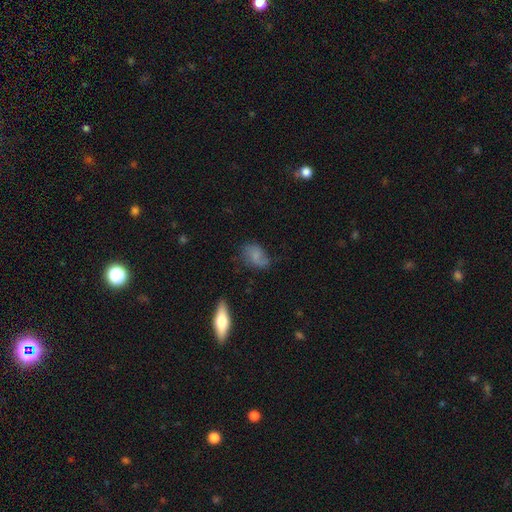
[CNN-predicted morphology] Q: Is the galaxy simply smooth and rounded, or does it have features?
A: smooth — 65%.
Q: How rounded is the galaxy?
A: in between — 84%.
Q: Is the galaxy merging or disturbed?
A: none — 54%.